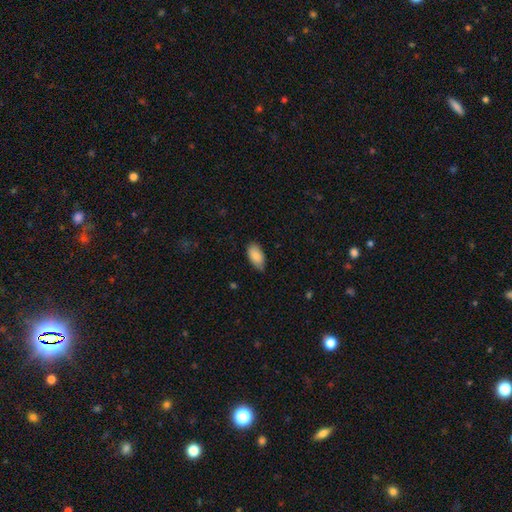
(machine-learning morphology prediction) Smooth or featured? smooth (87%)
How rounded? in between (93%)
Merging? none (70%)